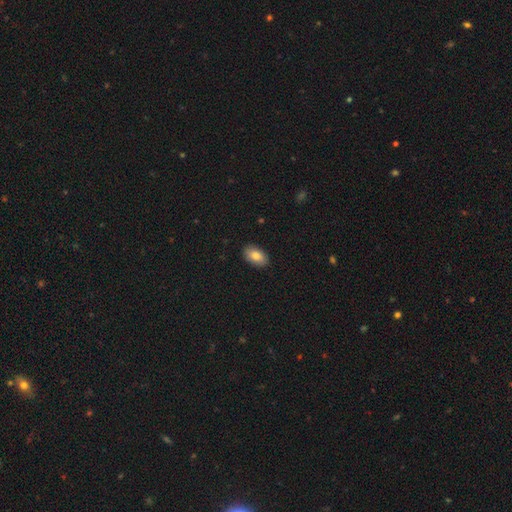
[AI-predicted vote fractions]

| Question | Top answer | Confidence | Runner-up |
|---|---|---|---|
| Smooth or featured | smooth | 84% | featured or disk (9%) |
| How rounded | in between | 93% | round (6%) |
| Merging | none | 89% | minor disturbance (8%) |